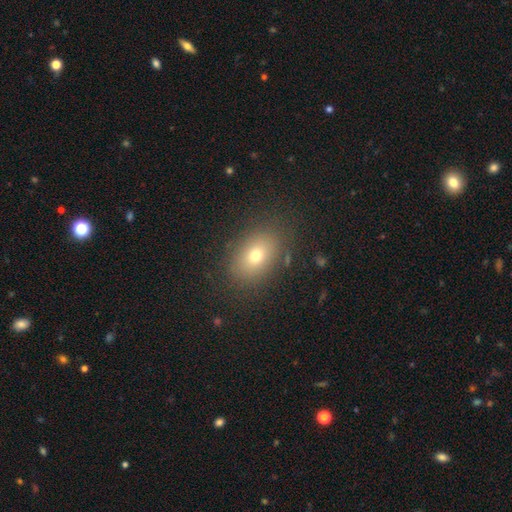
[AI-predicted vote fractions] A smooth galaxy with no disk features (72%) that is in between round and cigar-shaped (77%).

Vote fractions:
- Smooth or featured? smooth: 72% / featured or disk: 15% / star or artifact: 14%
- How rounded? in between: 77% / round: 21% / cigar-shaped: 2%
- Merging? none: 85% / minor disturbance: 10% / major disturbance: 4% / merger: 1%